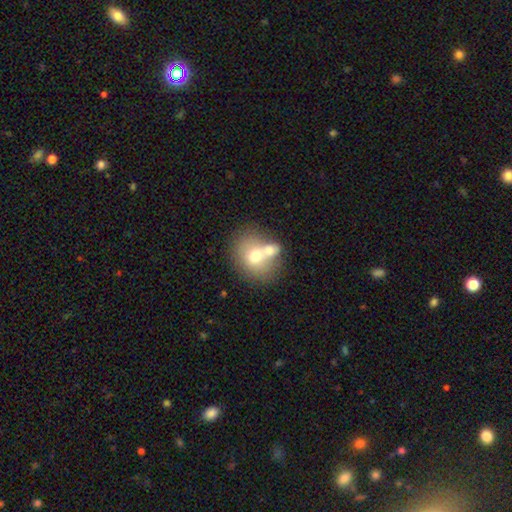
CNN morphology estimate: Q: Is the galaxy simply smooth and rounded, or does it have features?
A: smooth — 66%.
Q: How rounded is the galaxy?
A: round — 59%.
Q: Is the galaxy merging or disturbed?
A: merger — 55%.